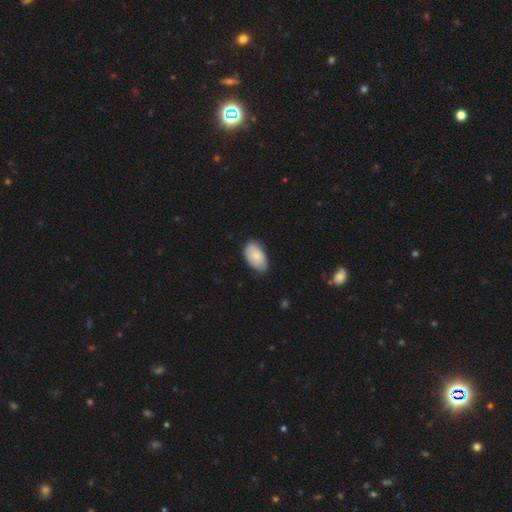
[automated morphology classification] smooth_or_featured: smooth (p=0.81) [alt: featured or disk p=0.13]
how_rounded: in between (p=0.95) [alt: round p=0.04]
merging: none (p=0.69) [alt: minor disturbance p=0.26]